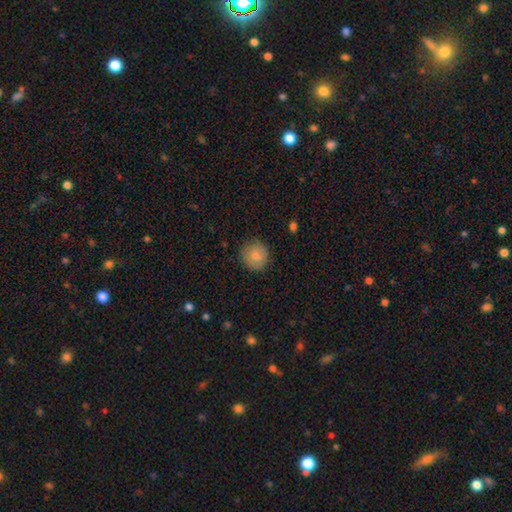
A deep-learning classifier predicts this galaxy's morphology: Q: Smooth or featured?
A: smooth (84%); runner-up: featured or disk (8%)
Q: How rounded?
A: round (92%); runner-up: in between (7%)
Q: Merging?
A: none (85%); runner-up: minor disturbance (11%)